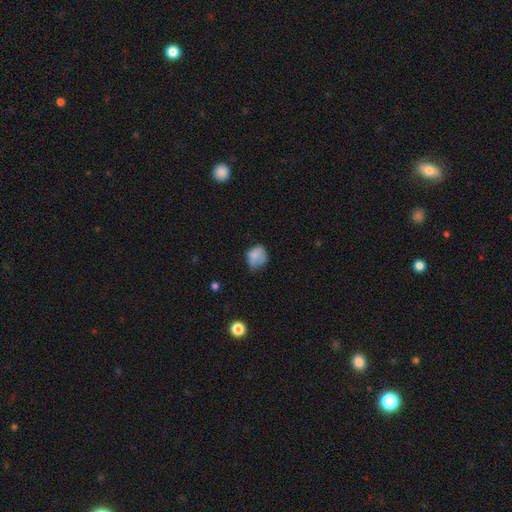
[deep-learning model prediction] Morphology: type=smooth (77%); roundness=round (54%); merging=none (43%).